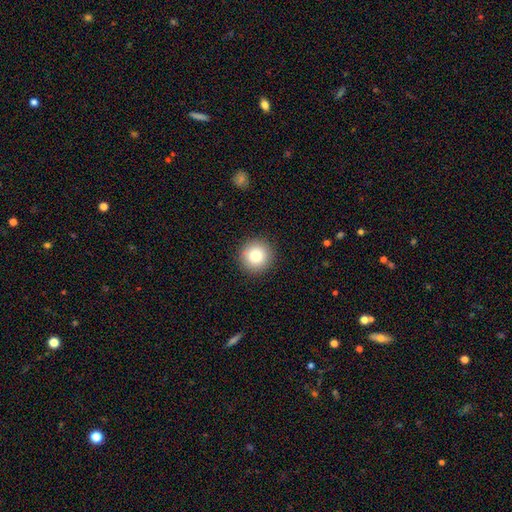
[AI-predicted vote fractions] Smooth or featured? Predicted: smooth (p=0.82). How rounded? Predicted: round (p=0.95). Merging? Predicted: none (p=0.92).